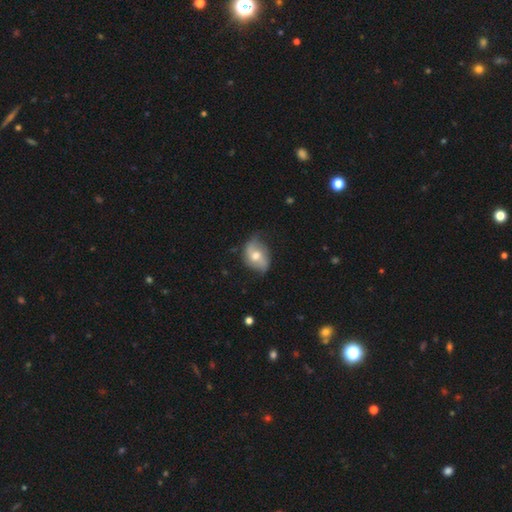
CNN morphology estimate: Smooth or featured? featured or disk (47%)
Merging? none (57%)